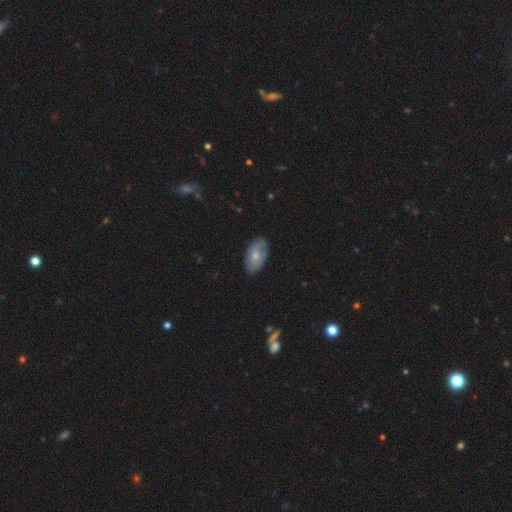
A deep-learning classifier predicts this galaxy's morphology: Q: Smooth or featured?
A: smooth (59%); runner-up: featured or disk (35%)
Q: How rounded?
A: in between (93%); runner-up: round (5%)
Q: Merging?
A: none (75%); runner-up: minor disturbance (20%)